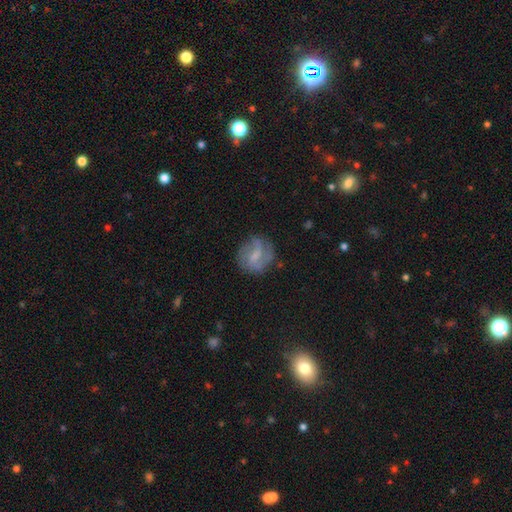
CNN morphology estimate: This appears to be a featured or disk galaxy (59%) with a weak bar (53%), spiral arms (81%) and a small central bulge (33%). Merging: none (66%).